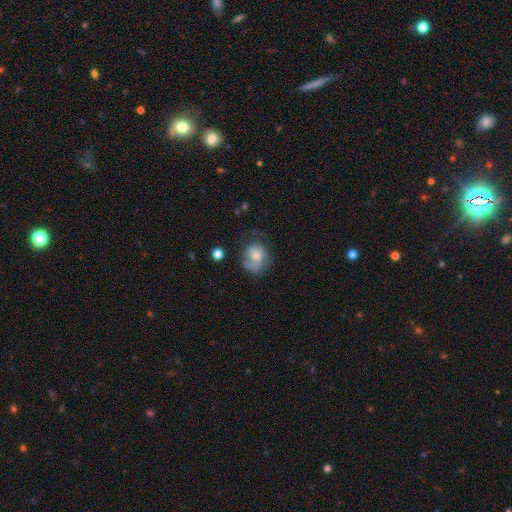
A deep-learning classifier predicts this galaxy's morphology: Smooth or featured?
  - featured or disk: 50% *
  - smooth: 42%
  - star or artifact: 8%
Merging?
  - none: 48% *
  - minor disturbance: 27%
  - major disturbance: 23%
  - merger: 3%